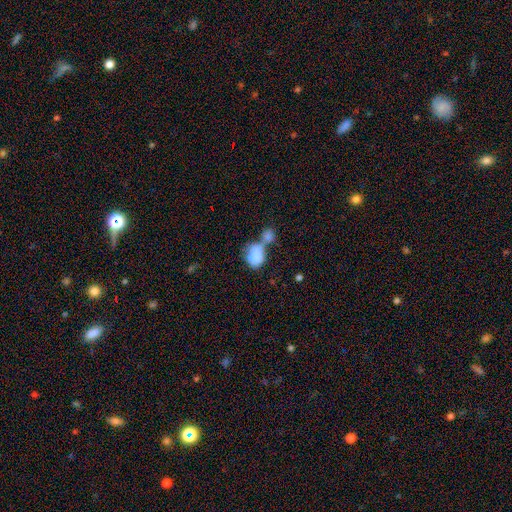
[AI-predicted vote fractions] Morphology: type=smooth (73%); roundness=in between (61%); merging=merger (68%).